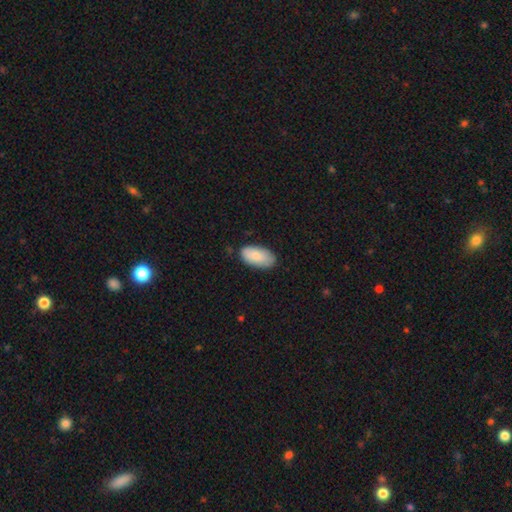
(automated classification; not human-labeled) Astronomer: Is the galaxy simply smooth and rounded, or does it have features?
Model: smooth — 84%.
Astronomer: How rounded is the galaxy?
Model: in between — 95%.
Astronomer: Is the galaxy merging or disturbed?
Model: none — 80%.